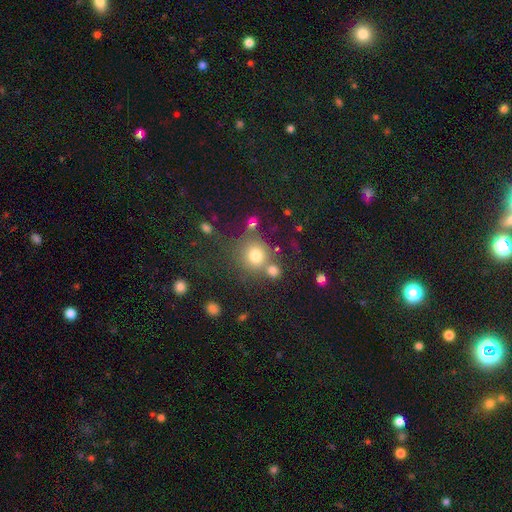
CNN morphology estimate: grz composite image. It shows a smooth galaxy with no disk features (75%) that is round (88%). Merging: none (61%).